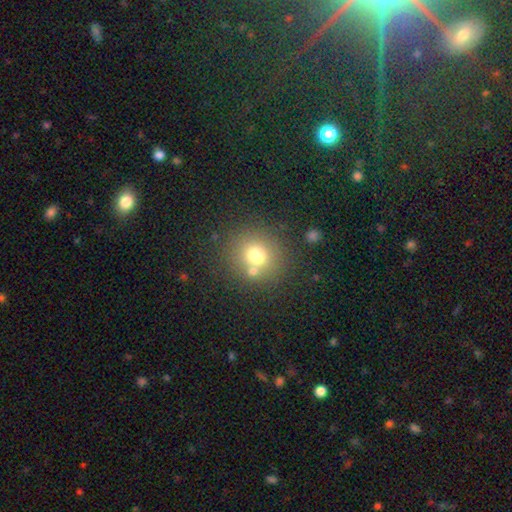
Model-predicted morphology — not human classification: Smooth or featured?
  - smooth: 70% *
  - star or artifact: 16%
  - featured or disk: 13%
How rounded?
  - round: 89% *
  - in between: 10%
  - cigar-shaped: 1%
Merging?
  - none: 72% *
  - merger: 15%
  - minor disturbance: 9%
  - major disturbance: 4%